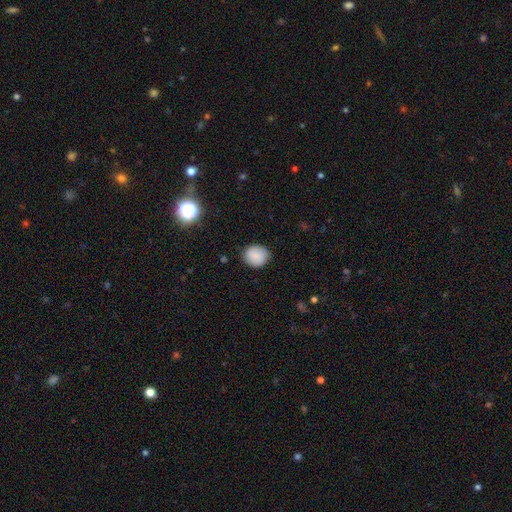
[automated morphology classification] A smooth galaxy with no disk features (86%) that is round (74%). Merging: none (86%).